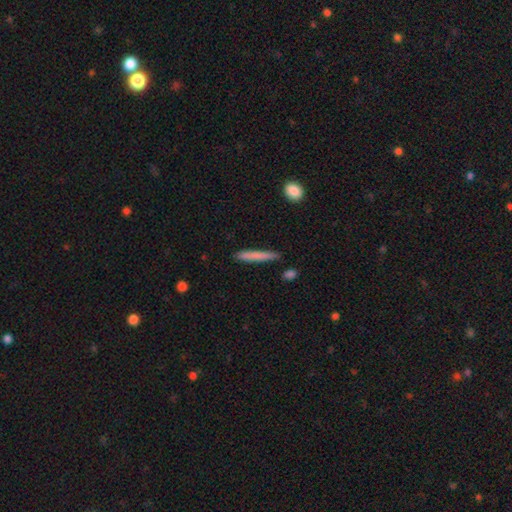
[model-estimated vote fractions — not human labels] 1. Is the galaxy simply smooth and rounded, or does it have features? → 75% smooth, 19% featured or disk, 6% star or artifact.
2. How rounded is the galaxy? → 96% cigar-shaped, 3% in between, 1% round.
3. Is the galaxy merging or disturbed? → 87% none, 9% minor disturbance, 2% merger, 2% major disturbance.